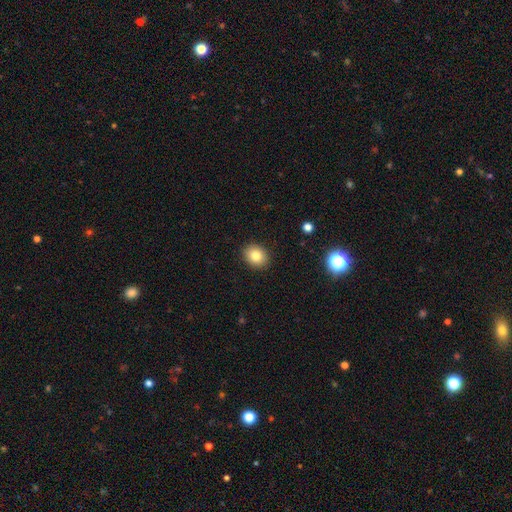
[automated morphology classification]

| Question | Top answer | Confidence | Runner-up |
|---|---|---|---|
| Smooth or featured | smooth | 81% | star or artifact (10%) |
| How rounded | round | 57% | in between (42%) |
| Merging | none | 90% | minor disturbance (7%) |